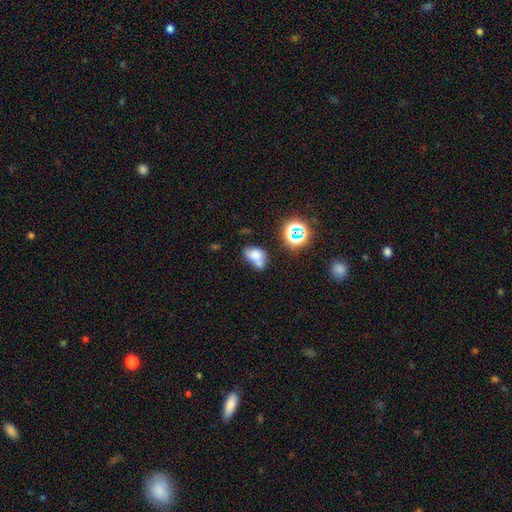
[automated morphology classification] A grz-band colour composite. It shows a smooth galaxy with no disk features (65%) that is in between round and cigar-shaped (77%). Merging: merger (38%).